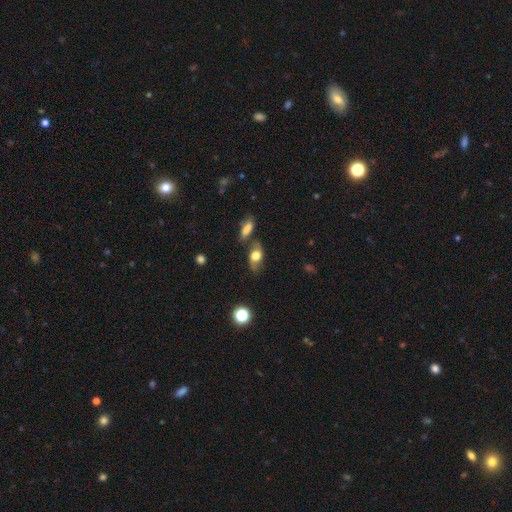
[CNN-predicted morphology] smooth_or_featured: smooth (p=0.63) [alt: featured or disk p=0.27]
how_rounded: in between (p=0.82) [alt: round p=0.12]
merging: none (p=0.62) [alt: minor disturbance p=0.19]